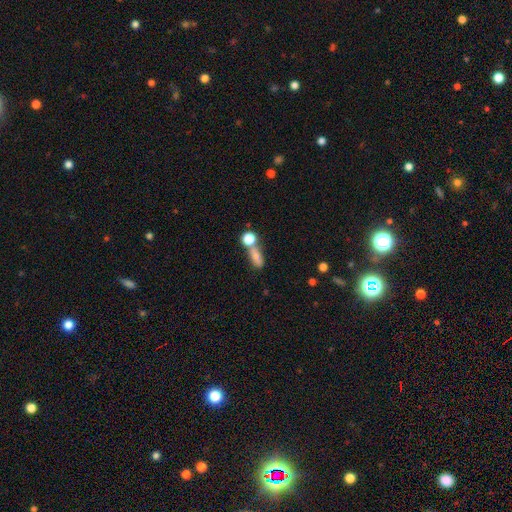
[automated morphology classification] Smooth or featured?
  - smooth: 75% *
  - star or artifact: 13%
  - featured or disk: 12%
How rounded?
  - in between: 56% *
  - cigar-shaped: 24%
  - round: 20%
Merging?
  - none: 43% *
  - merger: 34%
  - minor disturbance: 14%
  - major disturbance: 9%